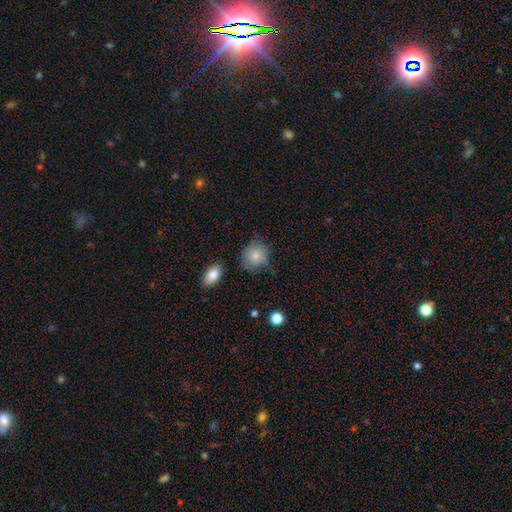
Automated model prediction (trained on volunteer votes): This appears to be a smooth galaxy with no disk features (81%) that is round (82%). Merging: none (72%).